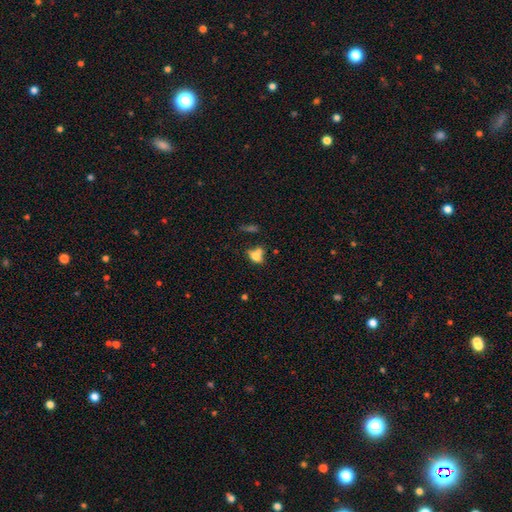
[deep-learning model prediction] Q: Smooth or featured?
A: smooth (68%); runner-up: featured or disk (21%)
Q: How rounded?
A: in between (73%); runner-up: round (20%)
Q: Merging?
A: merger (40%); runner-up: none (36%)